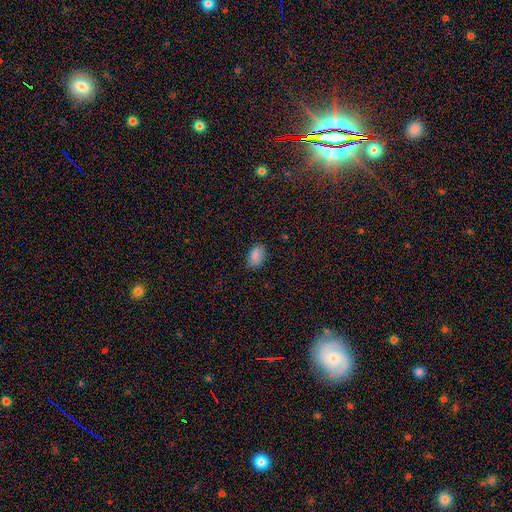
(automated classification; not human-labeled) A smooth galaxy with no disk features (84%) that is in between round and cigar-shaped (85%).

Vote fractions:
- Smooth or featured? smooth: 84% / star or artifact: 11% / featured or disk: 5%
- How rounded? in between: 85% / round: 13% / cigar-shaped: 1%
- Merging? none: 79% / minor disturbance: 17% / major disturbance: 3% / merger: 1%